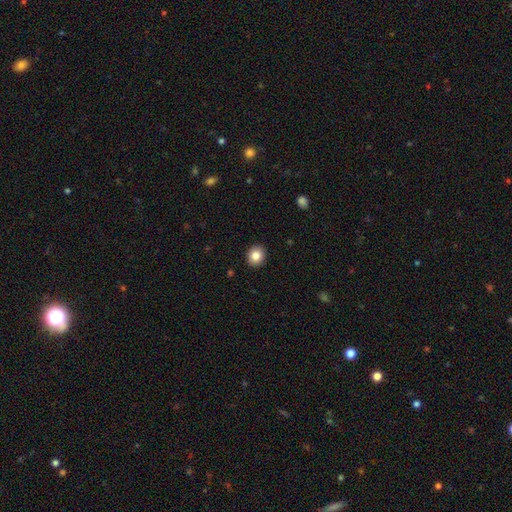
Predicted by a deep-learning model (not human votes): Smooth or featured?
  - smooth: 85% *
  - star or artifact: 9%
  - featured or disk: 6%
How rounded?
  - round: 71% *
  - in between: 28%
  - cigar-shaped: 1%
Merging?
  - none: 92% *
  - minor disturbance: 6%
  - major disturbance: 2%
  - merger: 1%